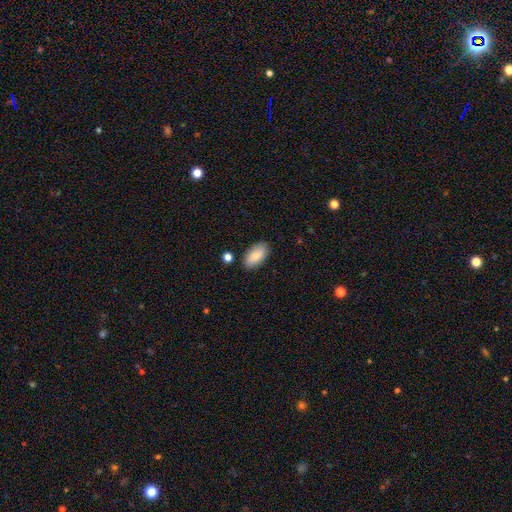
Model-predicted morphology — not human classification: Smooth or featured?
  - smooth: 85% *
  - featured or disk: 9%
  - star or artifact: 6%
How rounded?
  - in between: 94% *
  - cigar-shaped: 4%
  - round: 3%
Merging?
  - none: 84% *
  - minor disturbance: 11%
  - merger: 3%
  - major disturbance: 2%